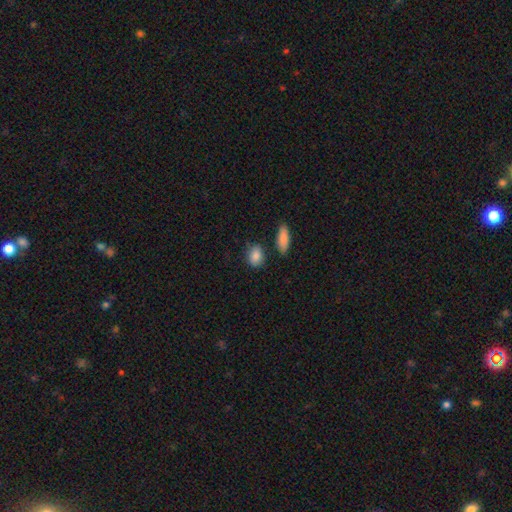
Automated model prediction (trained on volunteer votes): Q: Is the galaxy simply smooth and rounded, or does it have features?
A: smooth — 87%.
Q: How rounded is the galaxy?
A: in between — 69%.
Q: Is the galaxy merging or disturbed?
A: none — 78%.